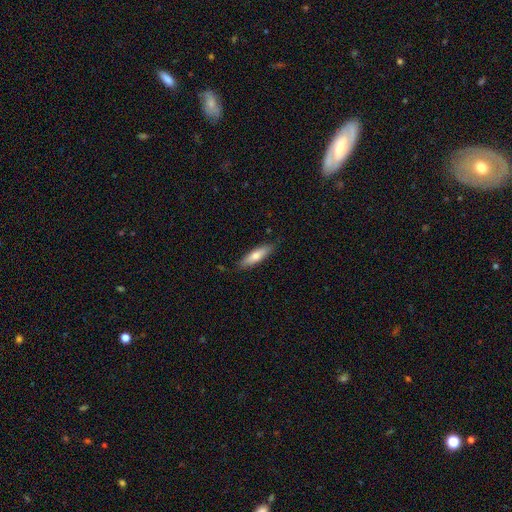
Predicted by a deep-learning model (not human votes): Q: Smooth or featured?
A: smooth (71%); runner-up: featured or disk (23%)
Q: How rounded?
A: cigar-shaped (62%); runner-up: in between (37%)
Q: Merging?
A: none (85%); runner-up: minor disturbance (12%)